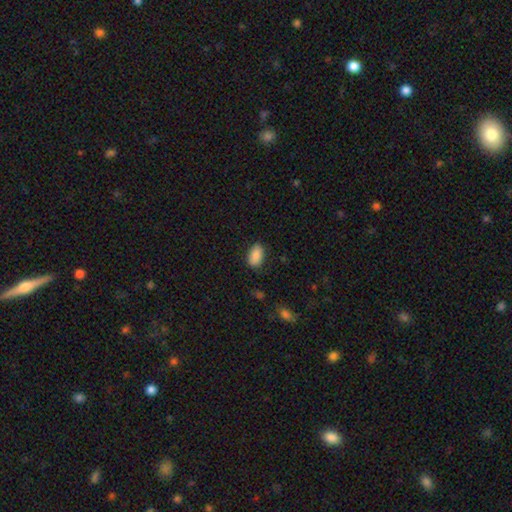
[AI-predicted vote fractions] A smooth galaxy with no disk features (86%) that is in between round and cigar-shaped (92%).

Vote fractions:
- Smooth or featured? smooth: 86% / star or artifact: 7% / featured or disk: 7%
- How rounded? in between: 92% / round: 6% / cigar-shaped: 2%
- Merging? none: 83% / minor disturbance: 13% / major disturbance: 3% / merger: 1%